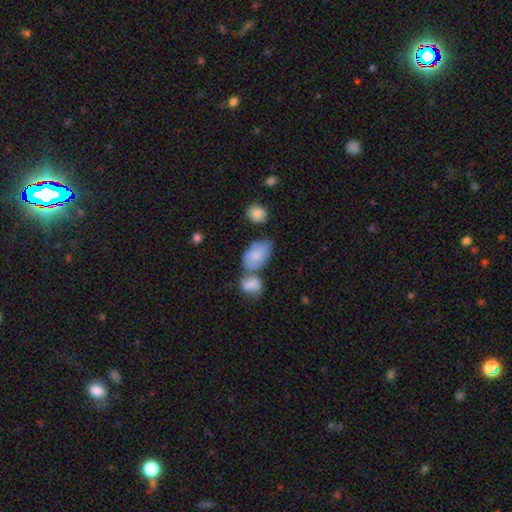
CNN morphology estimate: Overall: smooth (72%). How rounded: in between (89%). Merging: merger (42%; none 32%).